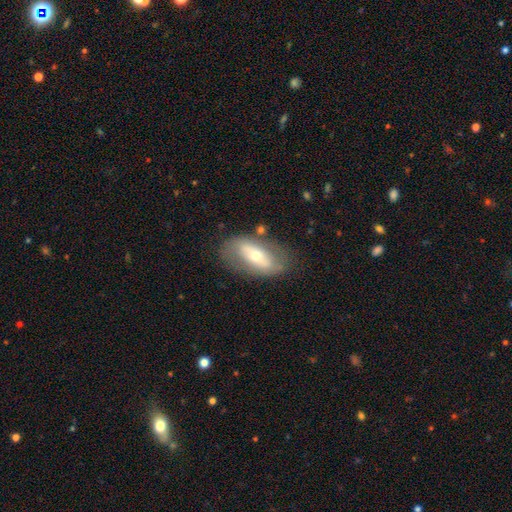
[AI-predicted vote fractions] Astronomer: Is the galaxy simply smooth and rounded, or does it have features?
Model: featured or disk — 55% (runner-up: smooth, 38%).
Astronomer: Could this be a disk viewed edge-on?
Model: no — 86%.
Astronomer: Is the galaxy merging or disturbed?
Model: none — 71%.